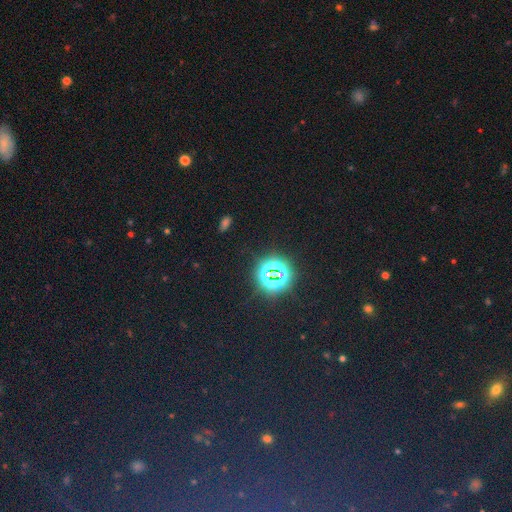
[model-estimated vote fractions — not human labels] smooth-or-featured: star or artifact: 63% | smooth: 30% | featured or disk: 7%